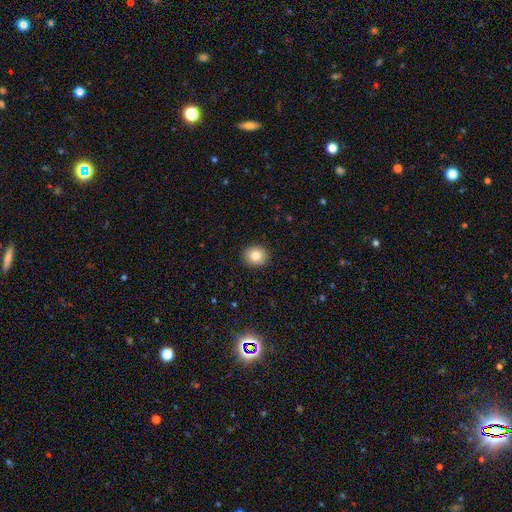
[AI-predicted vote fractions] smooth 82%, star or artifact 9%, featured or disk 8%. Down the decision tree: how rounded — round (83%); merging — none (92%).